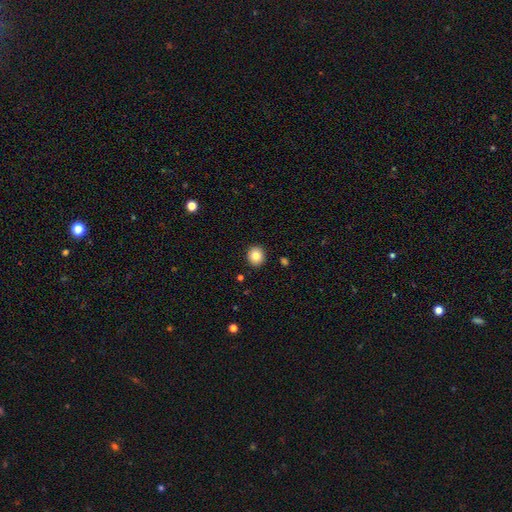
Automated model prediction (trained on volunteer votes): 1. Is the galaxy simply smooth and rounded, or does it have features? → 82% smooth, 10% star or artifact, 8% featured or disk.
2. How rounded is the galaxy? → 90% round, 9% in between, 1% cigar-shaped.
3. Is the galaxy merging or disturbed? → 92% none, 5% minor disturbance, 2% major disturbance, 1% merger.